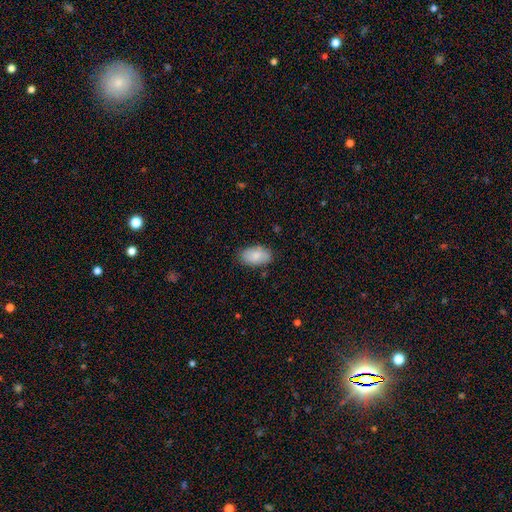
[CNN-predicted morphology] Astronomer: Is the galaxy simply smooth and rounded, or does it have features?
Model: smooth — 82%.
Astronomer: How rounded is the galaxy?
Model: in between — 93%.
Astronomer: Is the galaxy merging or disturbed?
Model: none — 82%.